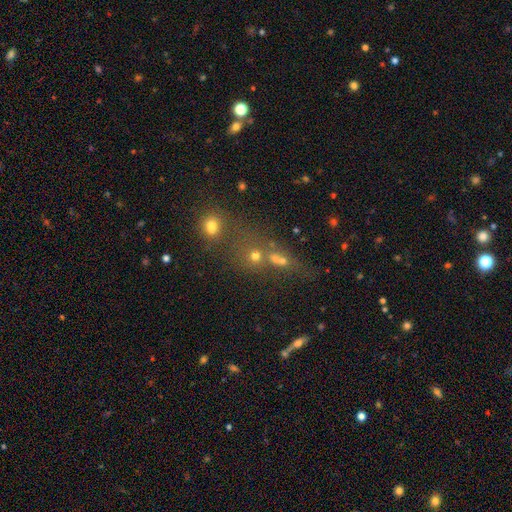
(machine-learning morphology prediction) Q: Smooth or featured?
A: smooth (57%); runner-up: star or artifact (26%)
Q: How rounded?
A: round (71%); runner-up: in between (23%)
Q: Merging?
A: merger (43%); runner-up: none (40%)